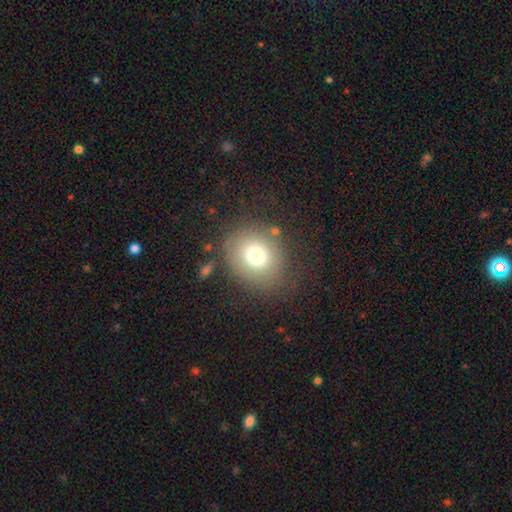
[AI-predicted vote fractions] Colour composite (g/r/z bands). It shows a smooth galaxy with no disk features (73%) that is round (77%). Merging: none (74%).